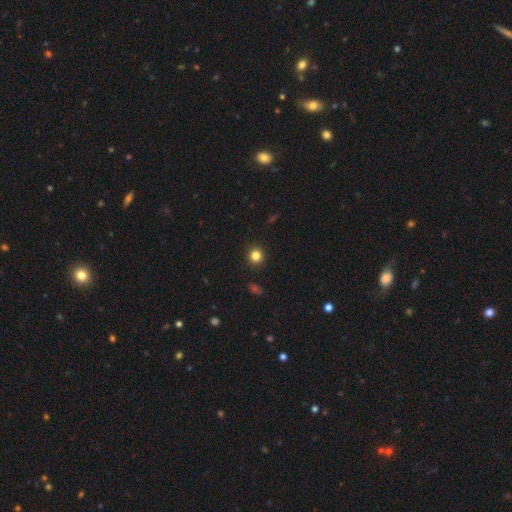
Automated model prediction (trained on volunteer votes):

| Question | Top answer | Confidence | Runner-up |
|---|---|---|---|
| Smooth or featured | smooth | 83% | star or artifact (13%) |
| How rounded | round | 94% | in between (5%) |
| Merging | none | 92% | minor disturbance (5%) |